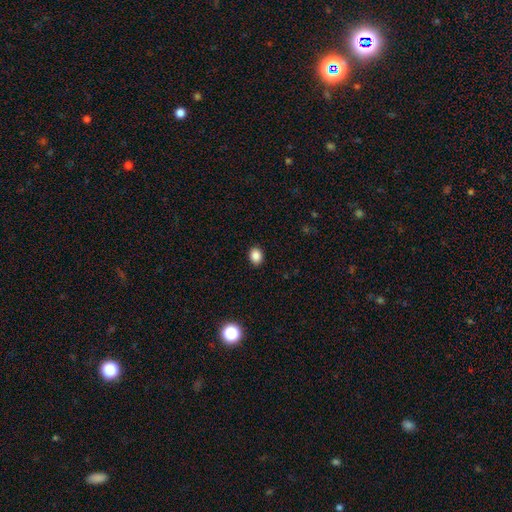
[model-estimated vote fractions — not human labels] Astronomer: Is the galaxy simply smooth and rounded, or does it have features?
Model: smooth — 87%.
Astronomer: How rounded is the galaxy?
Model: in between — 52% (runner-up: round, 47%).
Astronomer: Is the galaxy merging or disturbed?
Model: none — 90%.